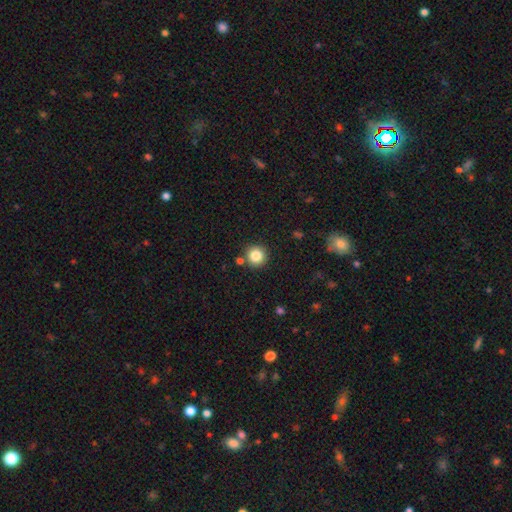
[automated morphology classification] This appears to be a smooth galaxy with no disk features (84%) that is round (95%). Merging: none (86%).